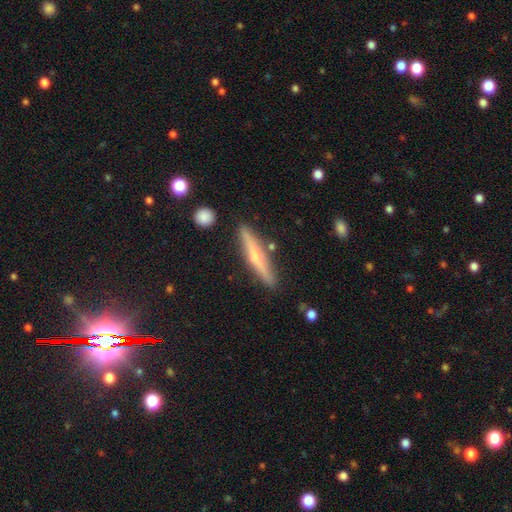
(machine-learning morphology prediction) Q: Smooth or featured?
A: featured or disk (54%); runner-up: smooth (39%)
Q: Edge-on disk?
A: yes (96%); runner-up: no (4%)
Q: Edge-on bulge?
A: rounded (69%); runner-up: none (24%)
Q: Merging?
A: none (86%); runner-up: minor disturbance (9%)